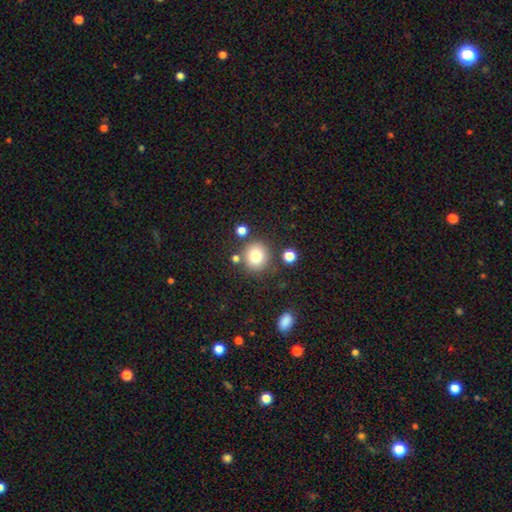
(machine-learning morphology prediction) Smooth or featured: smooth — 76% (star or artifact — 15%)
How rounded: round — 89% (in between — 10%)
Merging: none — 82% (minor disturbance — 8%)